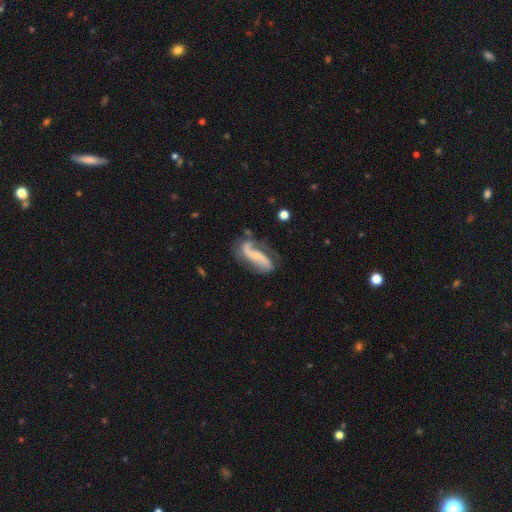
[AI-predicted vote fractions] Morphology: type=featured or disk (83%); edge-on=no (94%); bar=no (38%); spiral arms=yes (95%); winding=loose (53%); arm count=2 (89%); bulge=small (65%); merging=none (64%).